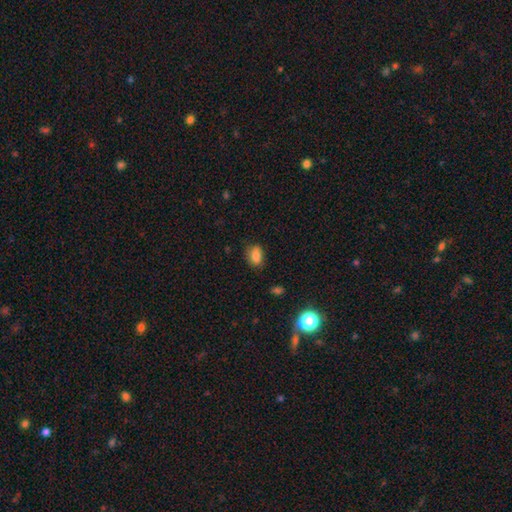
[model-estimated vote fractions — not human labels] Smooth or featured?
  - smooth: 83% *
  - star or artifact: 10%
  - featured or disk: 6%
How rounded?
  - in between: 73% *
  - round: 26%
  - cigar-shaped: 1%
Merging?
  - none: 79% *
  - minor disturbance: 16%
  - major disturbance: 3%
  - merger: 1%